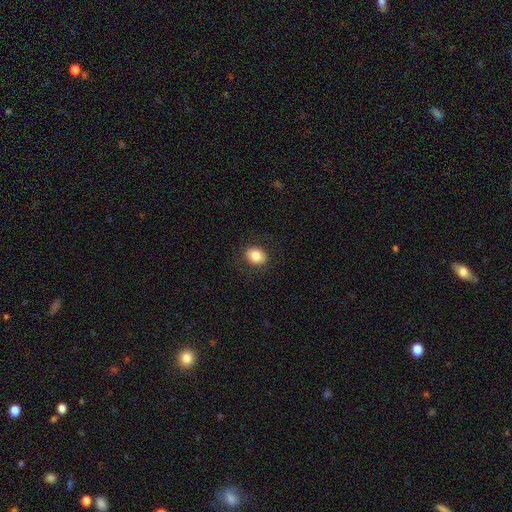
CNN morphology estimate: The model was most divided on "how rounded": in between: 58%, round: 41%, cigar-shaped: 1%. More confident: merging — none (85%); smooth or featured — smooth (82%).